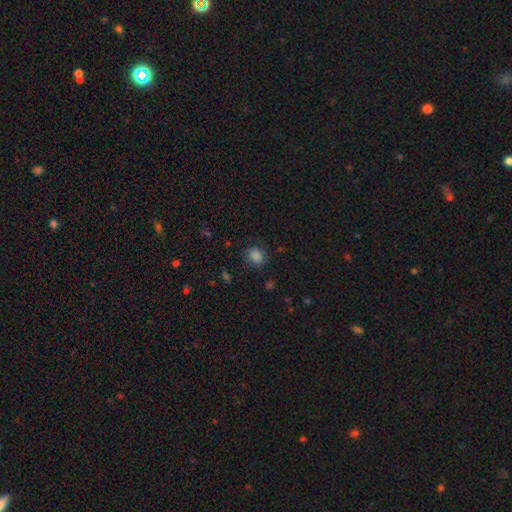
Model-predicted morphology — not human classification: Overall: smooth (84%). How rounded: round (60%; in between 39%). Merging: none (79%).